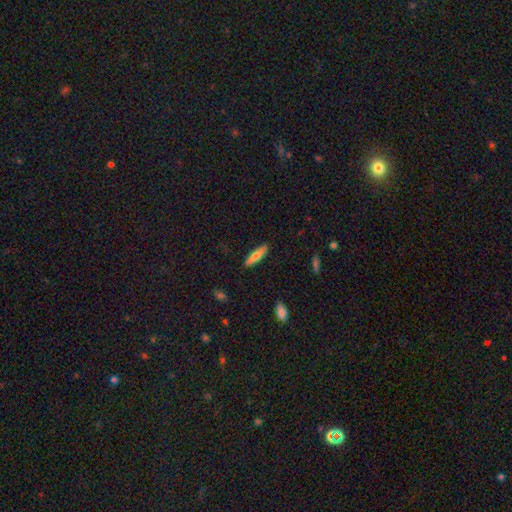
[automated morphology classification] This appears to be a smooth galaxy with no disk features (68%) that is cigar-shaped (72%). Merging: none (88%).